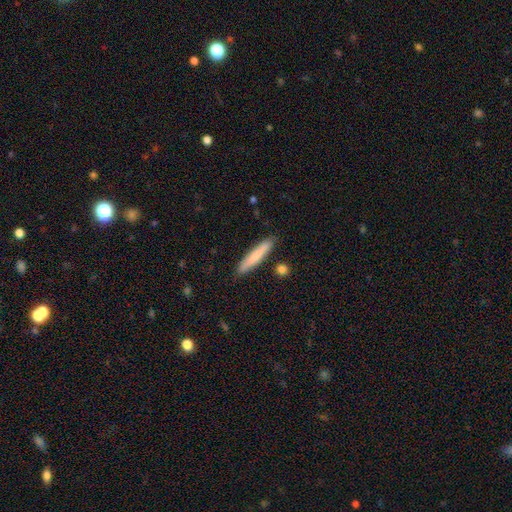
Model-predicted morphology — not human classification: A smooth galaxy with no disk features (74%) that is cigar-shaped (92%). Merging: none (87%).